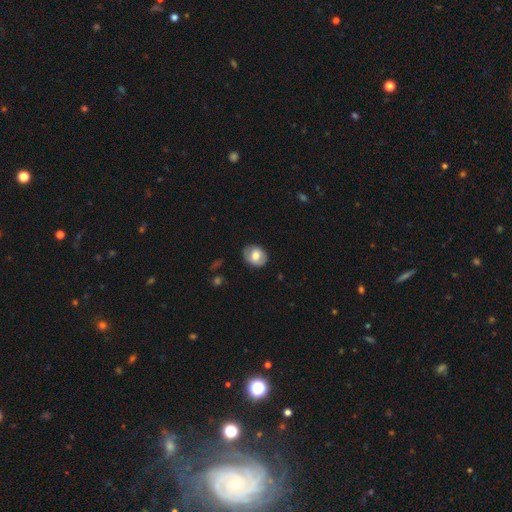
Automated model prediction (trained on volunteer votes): This appears to be a smooth galaxy with no disk features (65%) that is round (54%). Merging: none (83%).